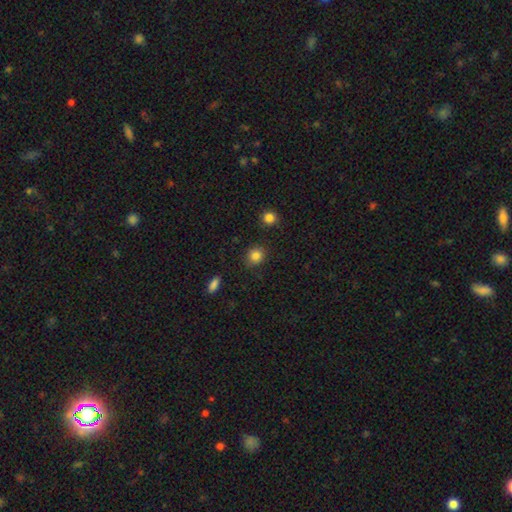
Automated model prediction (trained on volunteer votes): A smooth galaxy with no disk features (85%) that is round (82%). Merging: none (85%).